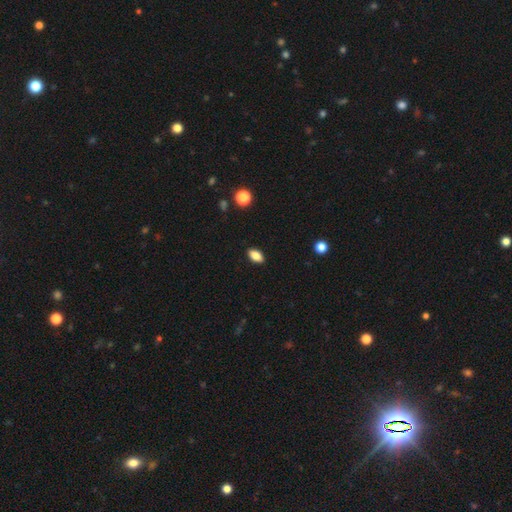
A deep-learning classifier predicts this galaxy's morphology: A smooth galaxy with no disk features (84%) that is in between round and cigar-shaped (90%).

Vote fractions:
- Smooth or featured? smooth: 84% / featured or disk: 8% / star or artifact: 8%
- How rounded? in between: 90% / round: 5% / cigar-shaped: 5%
- Merging? none: 89% / minor disturbance: 8% / major disturbance: 2% / merger: 1%